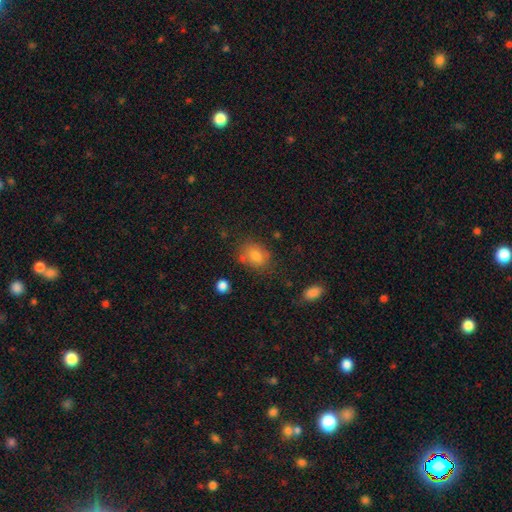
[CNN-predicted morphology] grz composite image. It shows a smooth galaxy with no disk features (78%) that is in between round and cigar-shaped (69%). Merging: none (70%).